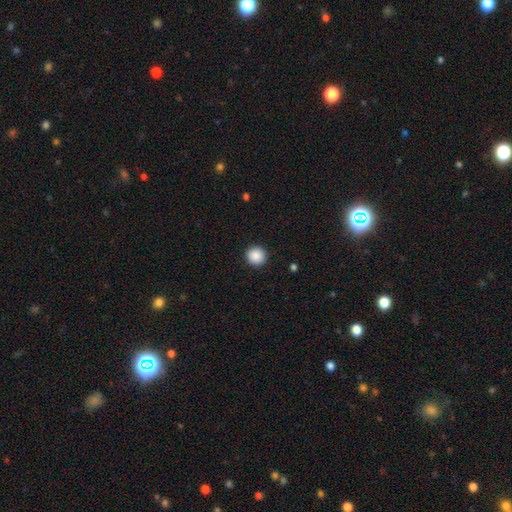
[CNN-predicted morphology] The model was most divided on "smooth or featured": smooth: 88%, star or artifact: 8%, featured or disk: 3%. More confident: how rounded — round (94%); merging — none (93%).